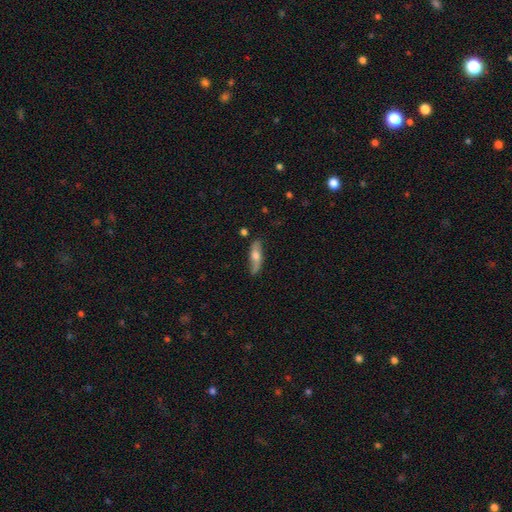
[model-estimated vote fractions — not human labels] This is possibly a smooth galaxy (49%). Merging: likely none (78%).